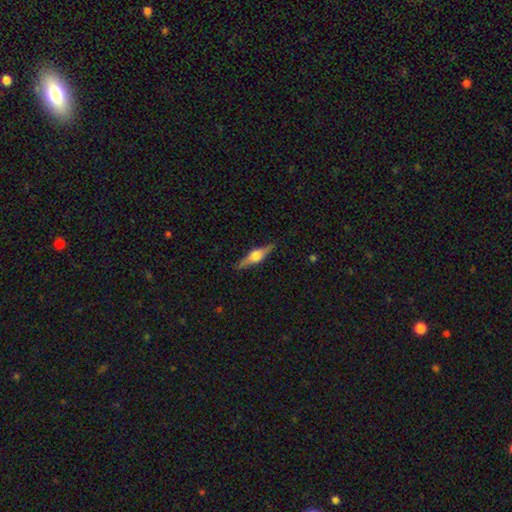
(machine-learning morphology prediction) smooth_or_featured: featured or disk (p=0.73) [alt: smooth p=0.21]
disk_edge_on: yes (p=0.97) [alt: no p=0.03]
edge_on_bulge: rounded (p=0.90) [alt: boxy p=0.08]
merging: none (p=0.88) [alt: minor disturbance p=0.09]